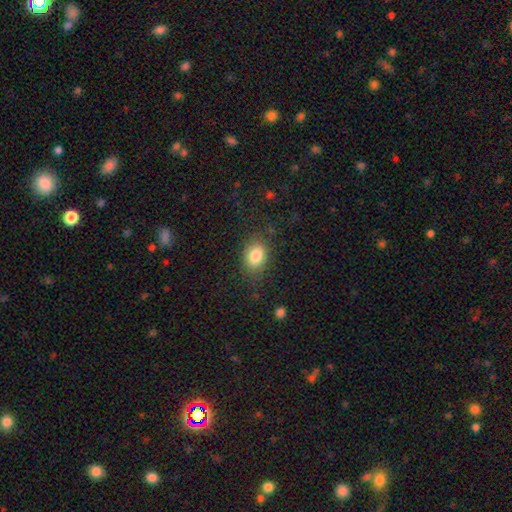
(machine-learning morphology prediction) A smooth galaxy with no disk features (83%) that is in between round and cigar-shaped (77%).

Vote fractions:
- Smooth or featured? smooth: 83% / star or artifact: 9% / featured or disk: 8%
- How rounded? in between: 77% / round: 22% / cigar-shaped: 1%
- Merging? none: 77% / minor disturbance: 15% / major disturbance: 6% / merger: 2%